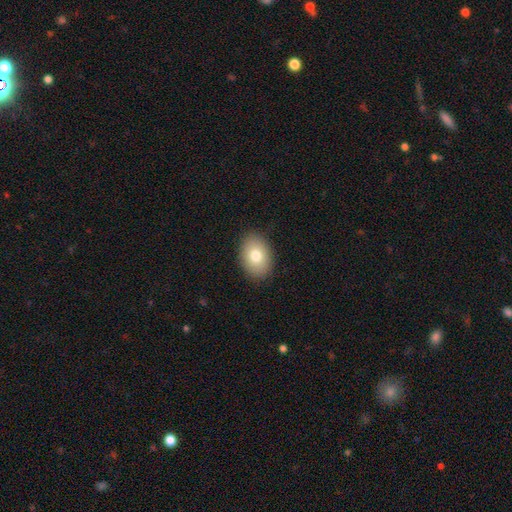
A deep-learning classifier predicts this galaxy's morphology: smooth-or-featured: smooth: 79% | featured or disk: 13% | star or artifact: 8%
  how-rounded: in between: 80% | round: 19% | cigar-shaped: 1%
  merging: none: 88% | minor disturbance: 9% | major disturbance: 2% | merger: 1%